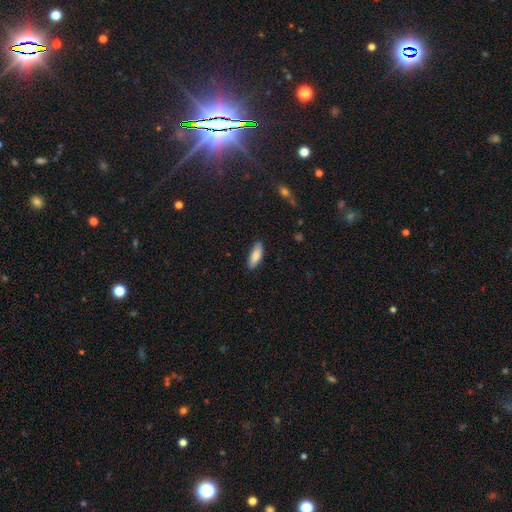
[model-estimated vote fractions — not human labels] The model was most divided on "how rounded": in between: 66%, cigar-shaped: 33%, round: 2%. More confident: merging — none (86%); smooth or featured — smooth (84%).